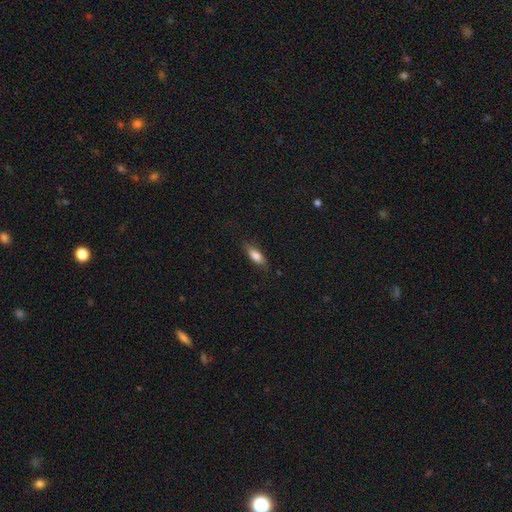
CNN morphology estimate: smooth-or-featured: smooth: 77% | featured or disk: 16% | star or artifact: 7%
  how-rounded: in between: 70% | cigar-shaped: 27% | round: 3%
  merging: none: 71% | minor disturbance: 22% | major disturbance: 6% | merger: 1%